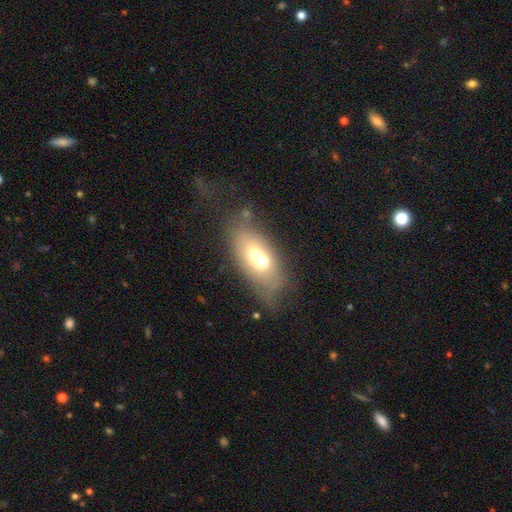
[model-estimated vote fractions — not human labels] Q: Smooth or featured?
A: smooth (56%); runner-up: featured or disk (33%)
Q: How rounded?
A: in between (80%); runner-up: round (13%)
Q: Merging?
A: merger (46%); runner-up: none (35%)